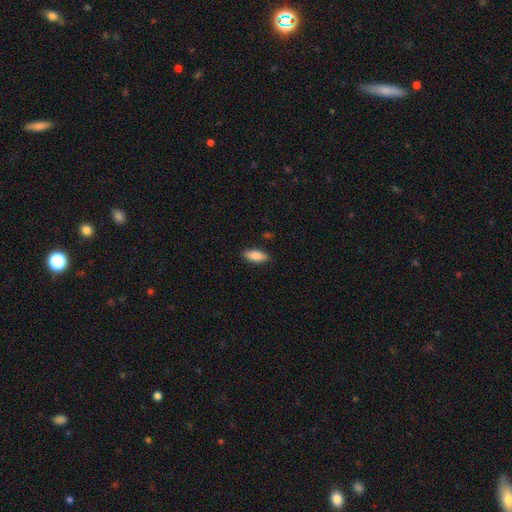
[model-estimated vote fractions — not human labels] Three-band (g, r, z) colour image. It shows a smooth galaxy with no disk features (86%) that is in between round and cigar-shaped (77%). Merging: none (87%).